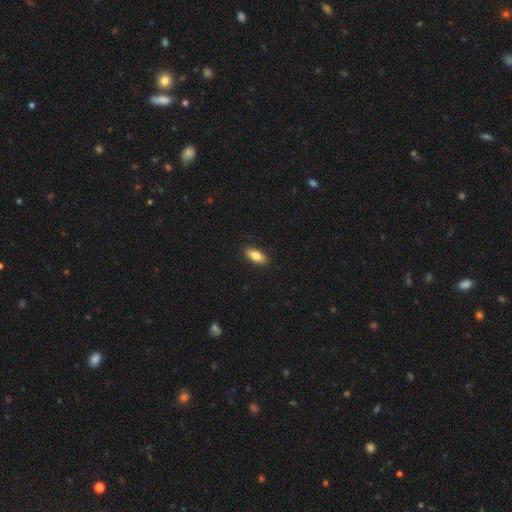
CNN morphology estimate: type=smooth (81%); roundness=in between (79%); merging=none (89%).